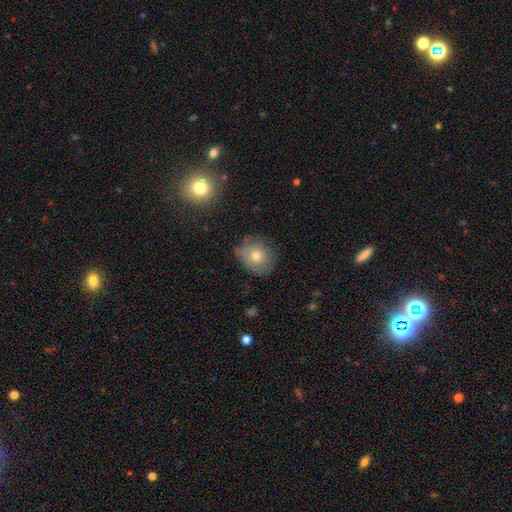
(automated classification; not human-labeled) smooth 71%, featured or disk 18%, star or artifact 11%. Down the decision tree: how rounded — round (70%); merging — none (69%).